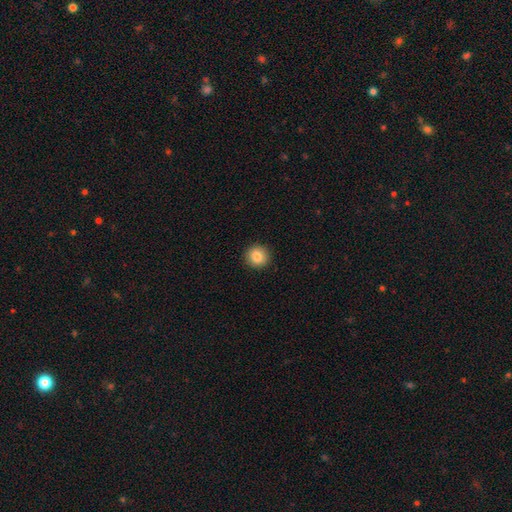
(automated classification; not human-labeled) A smooth galaxy with no disk features (85%) that is round (92%).

Vote fractions:
- Smooth or featured? smooth: 85% / star or artifact: 9% / featured or disk: 6%
- How rounded? round: 92% / in between: 7% / cigar-shaped: 1%
- Merging? none: 92% / minor disturbance: 5% / major disturbance: 2% / merger: 1%